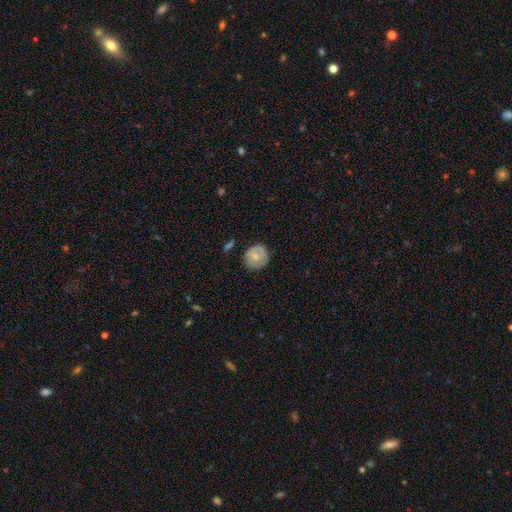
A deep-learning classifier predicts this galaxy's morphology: Smooth or featured? smooth (58%)
How rounded? round (86%)
Merging? none (76%)